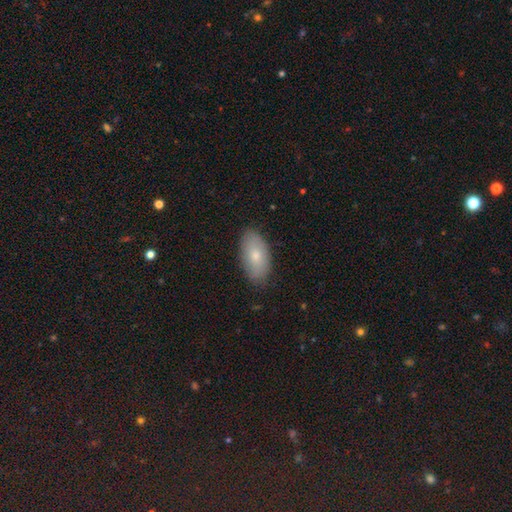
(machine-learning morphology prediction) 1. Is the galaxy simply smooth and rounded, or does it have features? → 74% smooth, 19% featured or disk, 7% star or artifact.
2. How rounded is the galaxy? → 93% in between, 4% cigar-shaped, 3% round.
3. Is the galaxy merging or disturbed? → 85% none, 12% minor disturbance, 2% major disturbance, 1% merger.